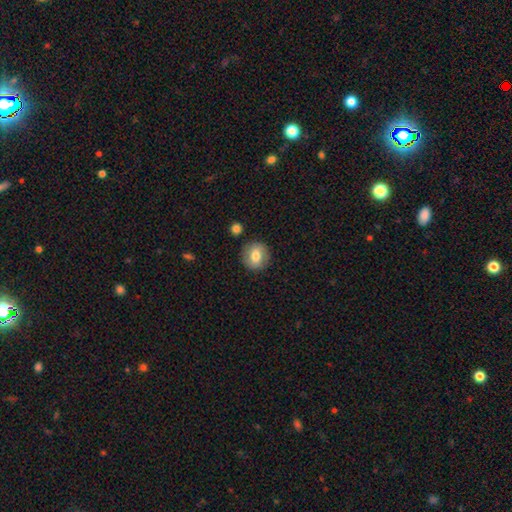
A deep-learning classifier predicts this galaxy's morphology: This appears to be a smooth galaxy with no disk features (74%) that is round (89%). Merging: none (87%).